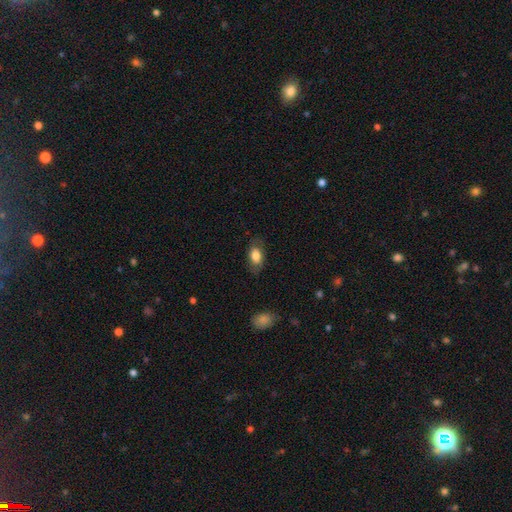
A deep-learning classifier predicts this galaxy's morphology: A smooth galaxy with no disk features (78%) that is in between round and cigar-shaped (90%). Merging: none (77%).